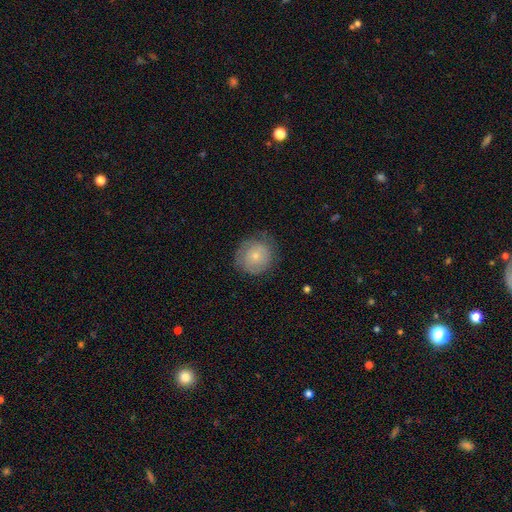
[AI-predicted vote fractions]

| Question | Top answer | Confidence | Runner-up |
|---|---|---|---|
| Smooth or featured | smooth | 70% | featured or disk (22%) |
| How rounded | round | 90% | in between (9%) |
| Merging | none | 74% | minor disturbance (19%) |